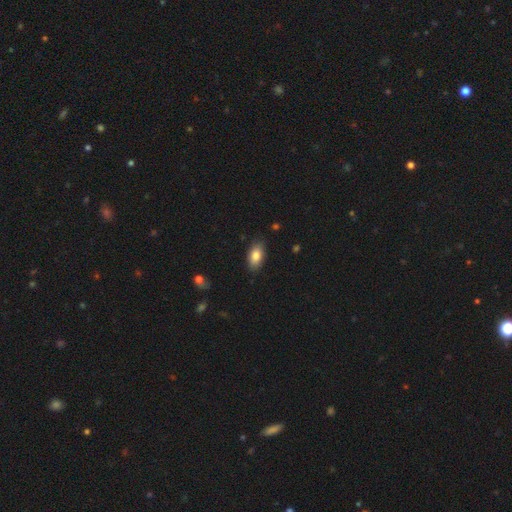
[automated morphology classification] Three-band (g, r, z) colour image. It shows a smooth galaxy with no disk features (84%) that is in between round and cigar-shaped (92%). Merging: none (85%).